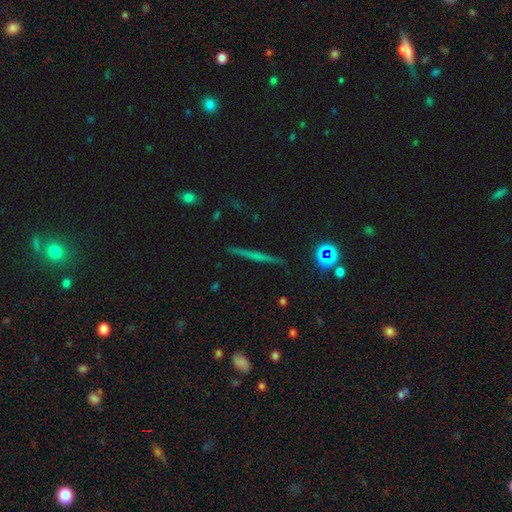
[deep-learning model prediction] Overall: featured or disk (54%; smooth 31%). Edge-on disk: yes (97%). Edge-on bulge: none (71%). Merging: none (91%).